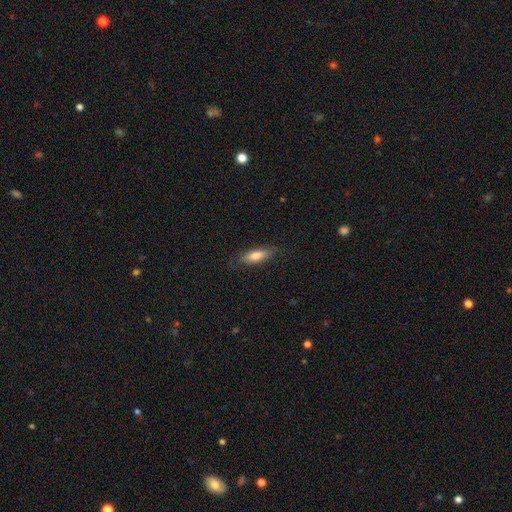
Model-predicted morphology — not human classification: type=smooth (74%); roundness=in between (51%); merging=none (79%).